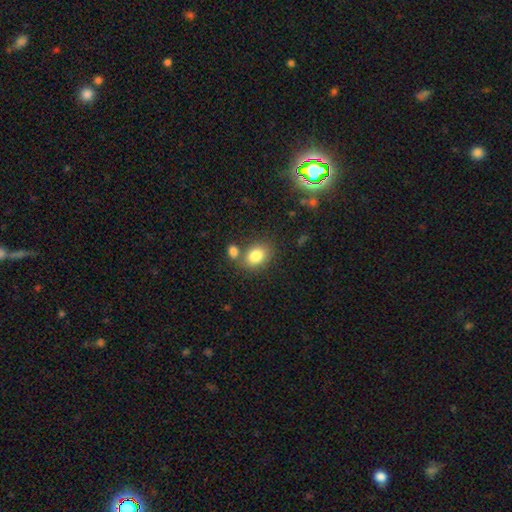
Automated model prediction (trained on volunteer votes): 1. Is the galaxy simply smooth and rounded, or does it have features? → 82% smooth, 10% star or artifact, 9% featured or disk.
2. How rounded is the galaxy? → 65% in between, 34% round, 1% cigar-shaped.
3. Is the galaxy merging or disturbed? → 61% none, 23% merger, 12% minor disturbance, 4% major disturbance.